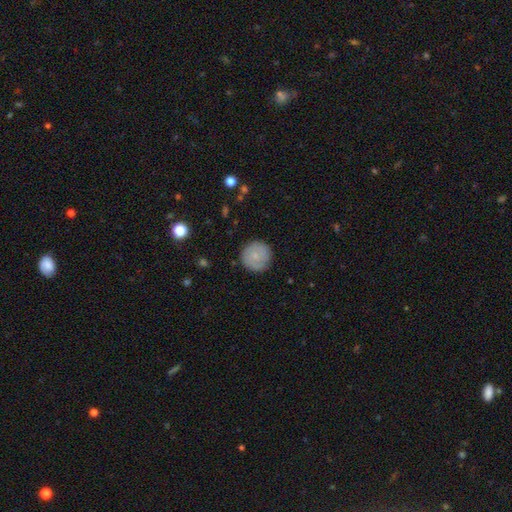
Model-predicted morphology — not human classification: Overall: smooth (69%). How rounded: round (95%). Merging: none (86%).